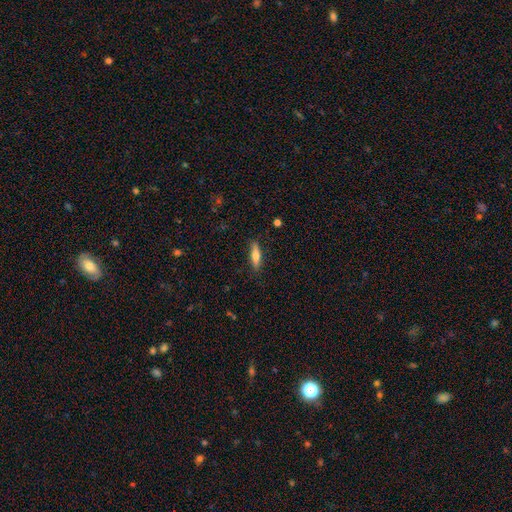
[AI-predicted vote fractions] smooth 62%, featured or disk 32%, star or artifact 6%. Down the decision tree: how rounded — cigar-shaped (68%); merging — none (87%).